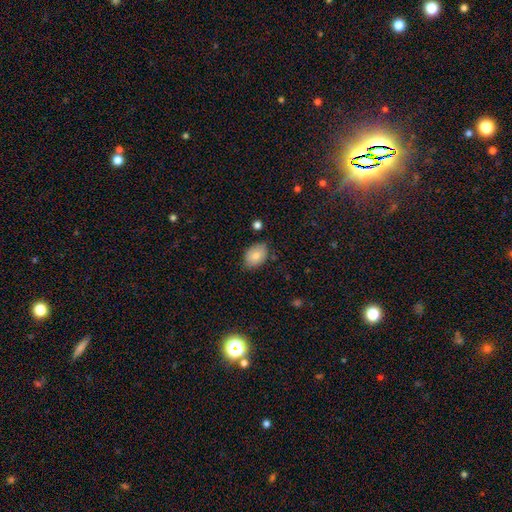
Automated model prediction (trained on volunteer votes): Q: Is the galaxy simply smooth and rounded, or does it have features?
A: smooth — 81%.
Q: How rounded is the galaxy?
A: in between — 82%.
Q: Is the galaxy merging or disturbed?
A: none — 75%.